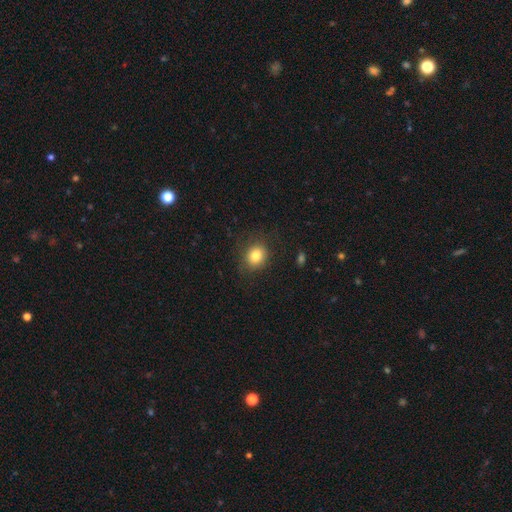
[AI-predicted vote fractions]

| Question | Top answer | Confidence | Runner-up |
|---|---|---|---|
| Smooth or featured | smooth | 81% | star or artifact (11%) |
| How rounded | round | 68% | in between (31%) |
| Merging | none | 83% | minor disturbance (11%) |